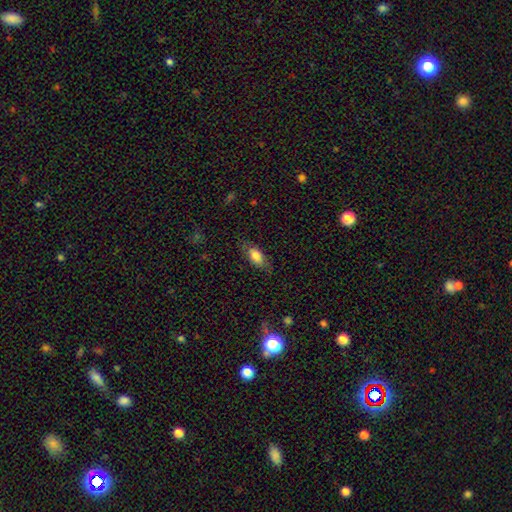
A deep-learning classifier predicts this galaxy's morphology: This appears to be a smooth galaxy with no disk features (76%) that is in between round and cigar-shaped (84%). Merging: none (77%).